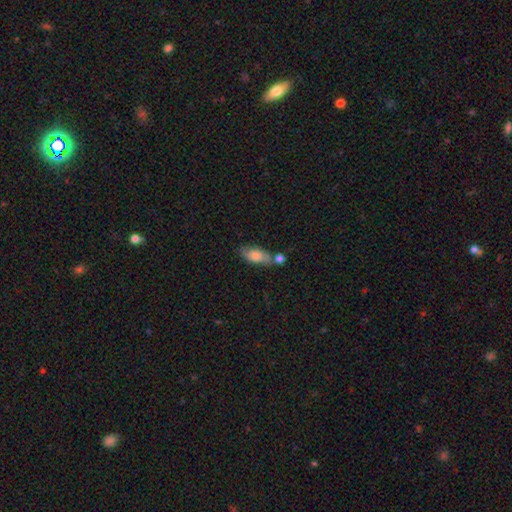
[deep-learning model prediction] A smooth galaxy with no disk features (76%) that is in between round and cigar-shaped (82%). Merging: none (50%).